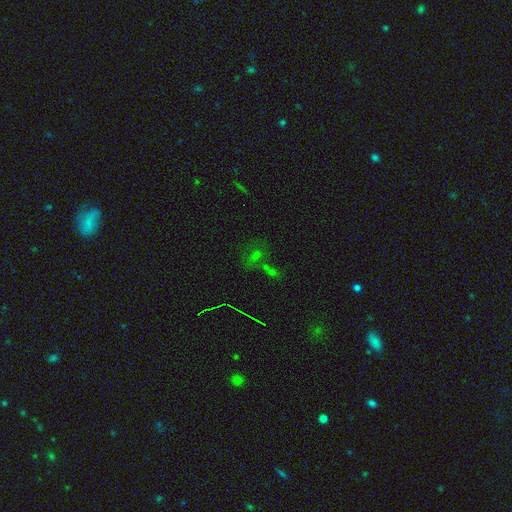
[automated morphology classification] Smooth or featured? Predicted: star or artifact (p=0.55).